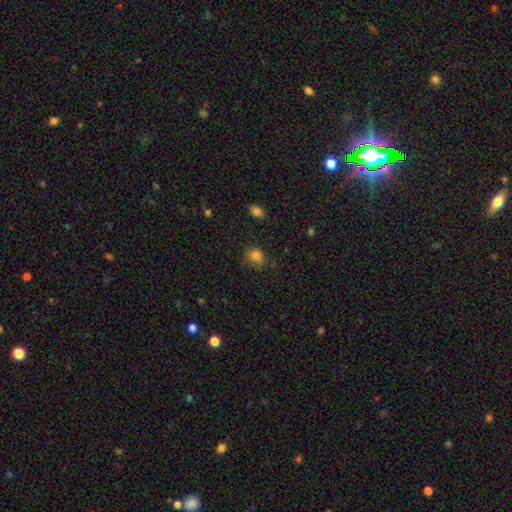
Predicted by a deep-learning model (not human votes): Overall: smooth (82%). How rounded: round (70%). Merging: none (72%).